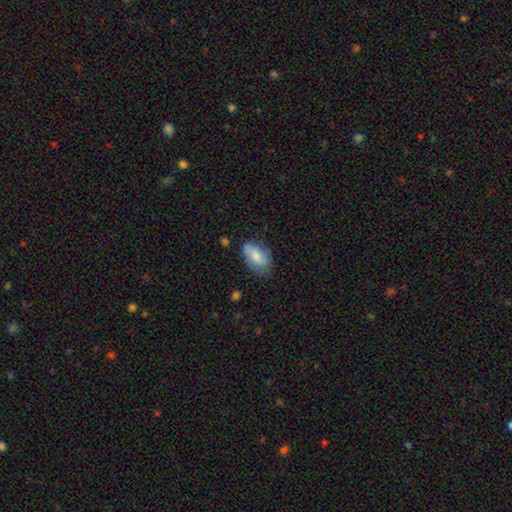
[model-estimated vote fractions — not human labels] Smooth or featured: smooth — 74% (featured or disk — 20%)
How rounded: in between — 92% (round — 4%)
Merging: none — 67% (minor disturbance — 26%)